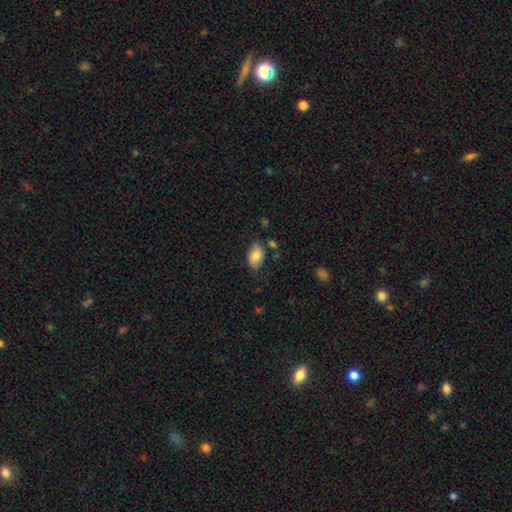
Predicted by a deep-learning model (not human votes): smooth_or_featured: smooth (p=0.80) [alt: featured or disk p=0.13]
how_rounded: in between (p=0.92) [alt: round p=0.06]
merging: none (p=0.73) [alt: minor disturbance p=0.19]